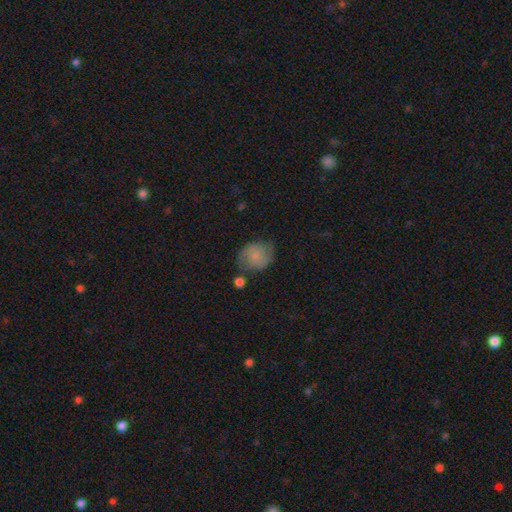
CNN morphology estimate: Smooth or featured?
  - smooth: 65% *
  - featured or disk: 26%
  - star or artifact: 9%
How rounded?
  - round: 63% *
  - in between: 36%
  - cigar-shaped: 1%
Merging?
  - none: 56% *
  - minor disturbance: 27%
  - major disturbance: 10%
  - merger: 6%